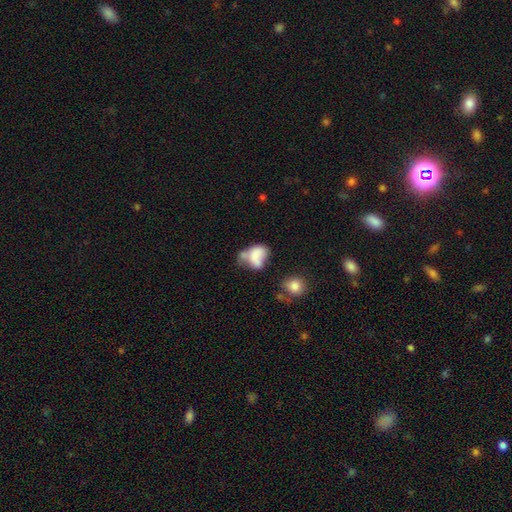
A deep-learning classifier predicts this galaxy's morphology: A smooth galaxy with no disk features (66%) that is in between round and cigar-shaped (78%). Merging: merger (31%).